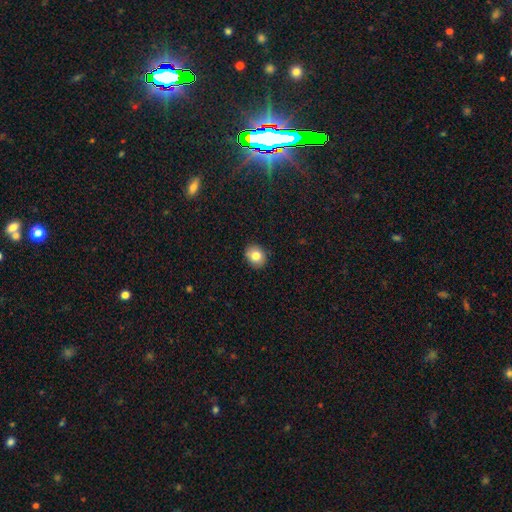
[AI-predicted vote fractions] Smooth or featured?
  - smooth: 82% *
  - star or artifact: 9%
  - featured or disk: 9%
How rounded?
  - round: 56% *
  - in between: 43%
  - cigar-shaped: 1%
Merging?
  - none: 90% *
  - minor disturbance: 8%
  - major disturbance: 2%
  - merger: 1%